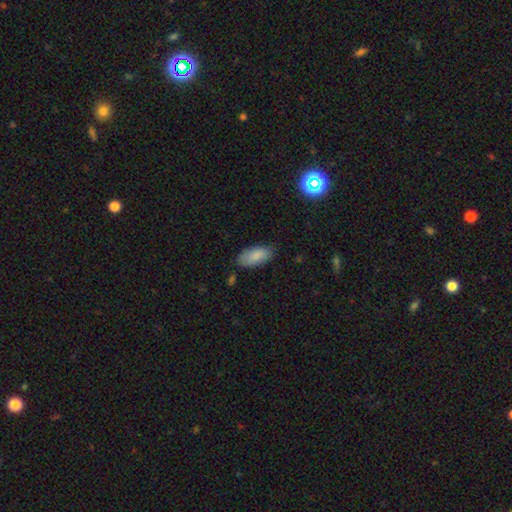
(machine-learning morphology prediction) Smooth or featured? smooth (87%)
How rounded? in between (90%)
Merging? none (78%)